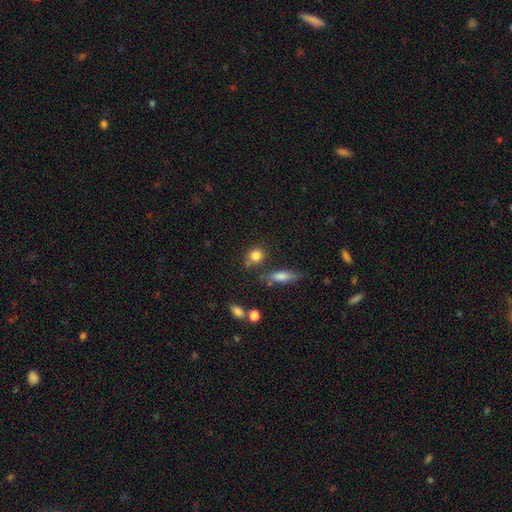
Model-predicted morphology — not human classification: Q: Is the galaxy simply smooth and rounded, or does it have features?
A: smooth — 83%.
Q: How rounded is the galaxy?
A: round — 68%.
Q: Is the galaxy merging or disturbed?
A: none — 66%.